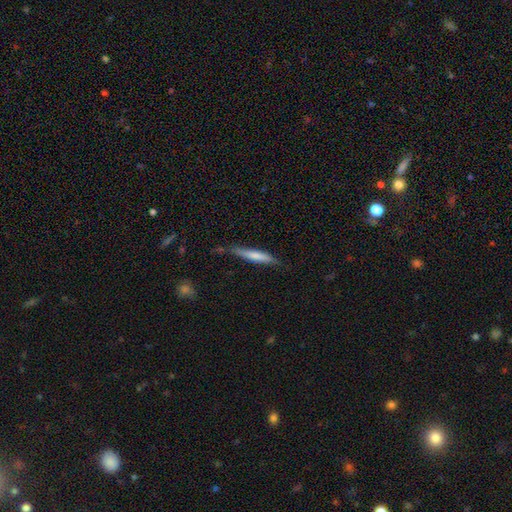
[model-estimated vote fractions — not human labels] smooth_or_featured: smooth (p=0.65) [alt: featured or disk p=0.30]
how_rounded: cigar-shaped (p=0.91) [alt: in between p=0.08]
merging: none (p=0.70) [alt: minor disturbance p=0.23]